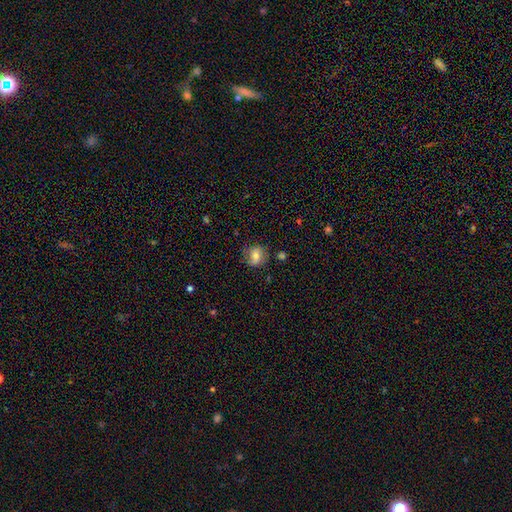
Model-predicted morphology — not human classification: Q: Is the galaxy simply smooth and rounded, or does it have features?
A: smooth — 64%.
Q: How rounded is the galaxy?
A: round — 78%.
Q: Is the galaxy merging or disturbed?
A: none — 74%.